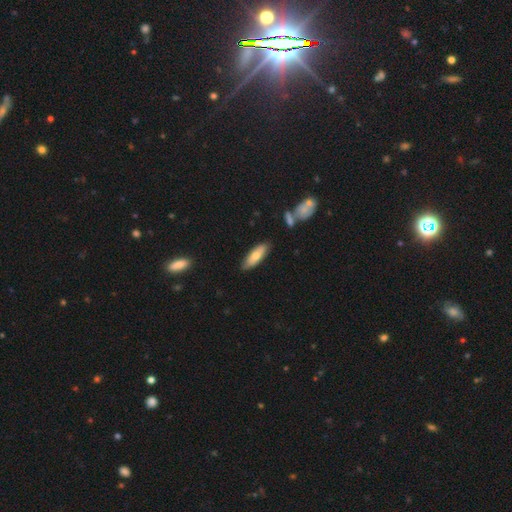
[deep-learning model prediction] This is likely a smooth galaxy (70%). How rounded: possibly in between (58%). Merging: clearly none (81%).